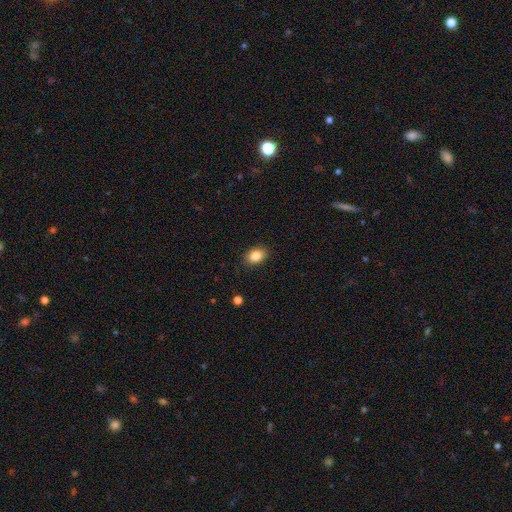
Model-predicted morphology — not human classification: Overall: smooth (86%). How rounded: in between (77%). Merging: none (87%).